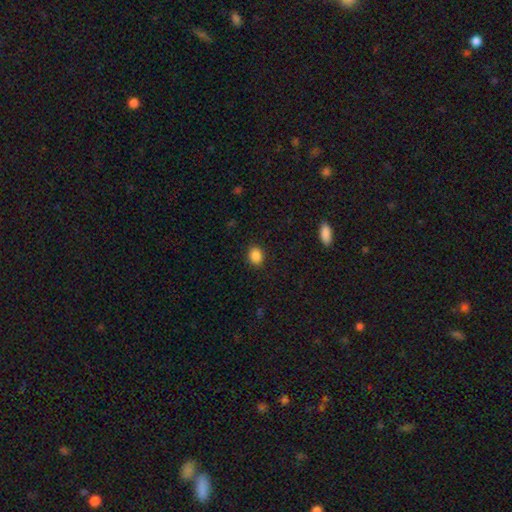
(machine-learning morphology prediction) smooth_or_featured: smooth (p=0.87) [alt: star or artifact p=0.10]
how_rounded: in between (p=0.51) [alt: round p=0.48]
merging: none (p=0.88) [alt: minor disturbance p=0.08]